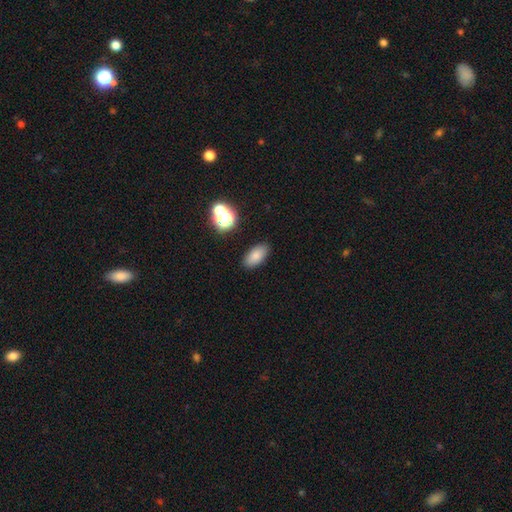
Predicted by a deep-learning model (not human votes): Q: Smooth or featured?
A: smooth (80%); runner-up: star or artifact (11%)
Q: How rounded?
A: in between (90%); runner-up: cigar-shaped (6%)
Q: Merging?
A: none (87%); runner-up: minor disturbance (9%)